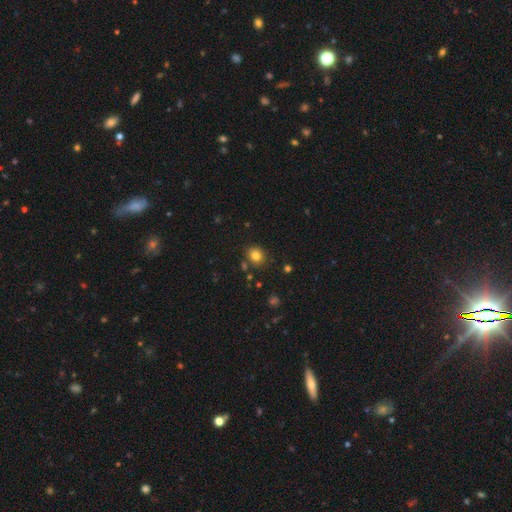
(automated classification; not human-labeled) The model was most divided on "how rounded": round: 71%, in between: 28%, cigar-shaped: 1%. More confident: smooth or featured — smooth (81%); merging — none (81%).